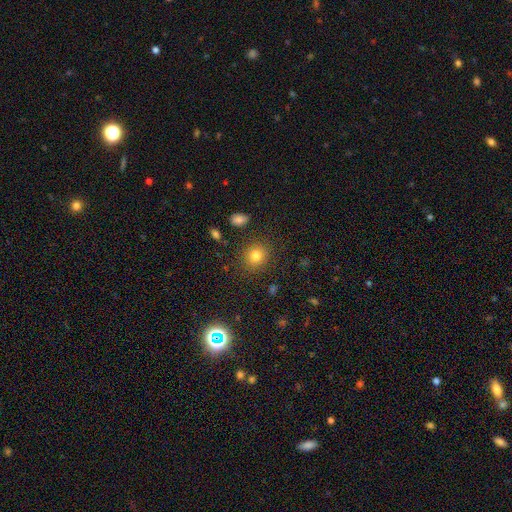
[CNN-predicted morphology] This is clearly a smooth galaxy (81%). How rounded: likely round (79%). Merging: clearly none (87%).